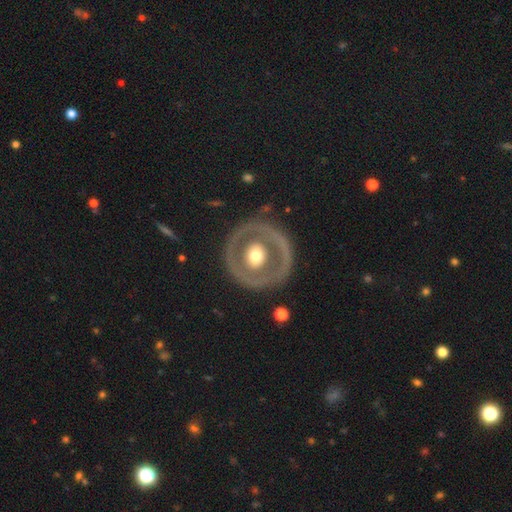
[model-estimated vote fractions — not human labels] The model was most divided on "smooth or featured": featured or disk: 61%, smooth: 35%, star or artifact: 5%. More confident: edge-on disk — no (95%); spiral arms — no (86%); bar — no (83%); merging — none (77%); bulge size — moderate (71%).